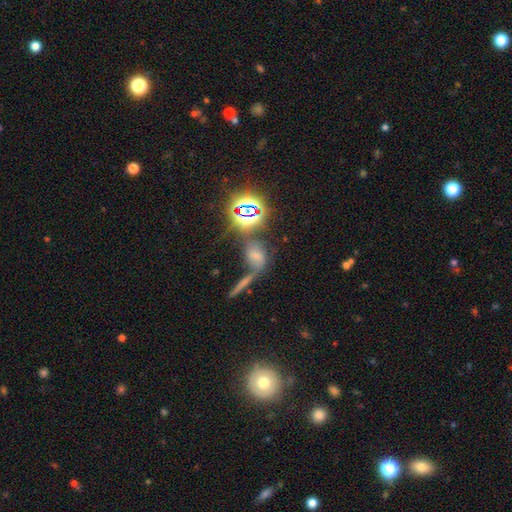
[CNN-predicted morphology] smooth_or_featured: smooth (p=0.42) [alt: star or artifact p=0.35]
merging: none (p=0.38) [alt: merger p=0.36]